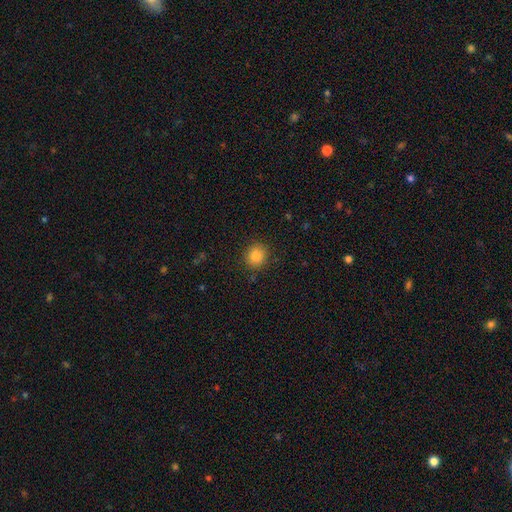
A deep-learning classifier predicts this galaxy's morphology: Smooth or featured: smooth — 85% (star or artifact — 10%)
How rounded: round — 84% (in between — 15%)
Merging: none — 88% (minor disturbance — 8%)